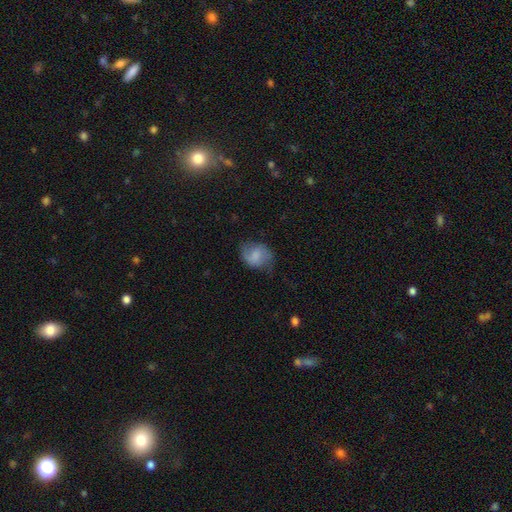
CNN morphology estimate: type=smooth (59%); roundness=round (50%); merging=none (58%).